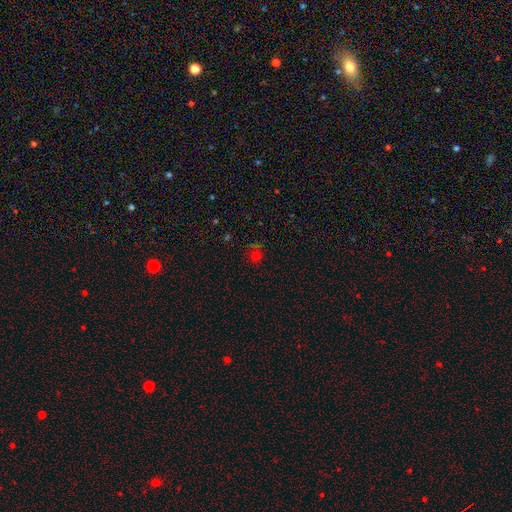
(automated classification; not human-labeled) Smooth or featured: smooth — 54% (star or artifact — 37%)
How rounded: round — 71% (in between — 27%)
Merging: none — 58% (minor disturbance — 18%)